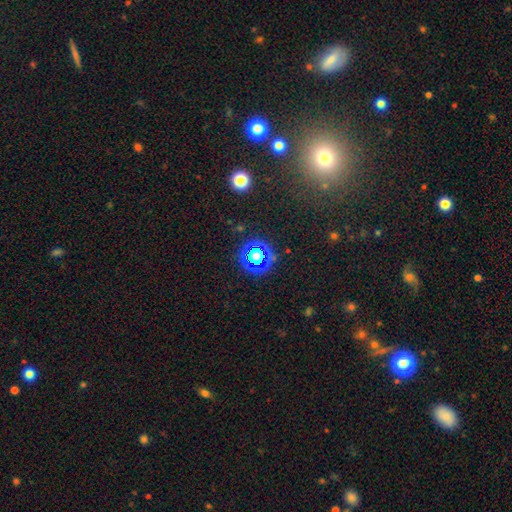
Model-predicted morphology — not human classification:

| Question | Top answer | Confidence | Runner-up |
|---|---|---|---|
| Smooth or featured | star or artifact | 62% | smooth (29%) |